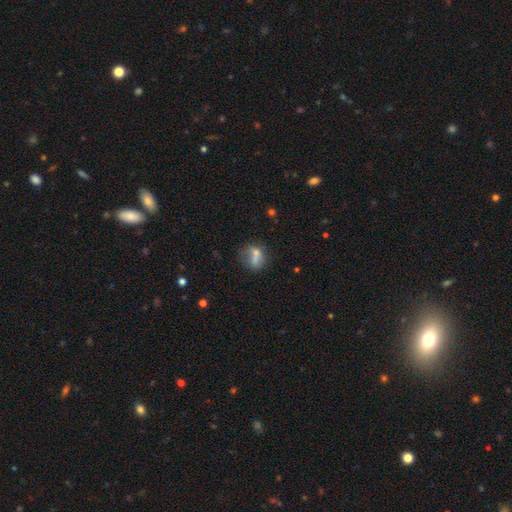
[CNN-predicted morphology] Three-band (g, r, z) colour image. It shows a smooth galaxy with no disk features (67%) that is in between round and cigar-shaped (51%). Merging: none (42%).